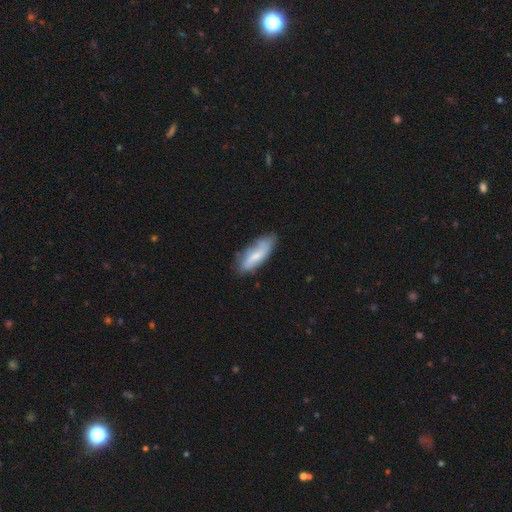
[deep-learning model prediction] Overall: smooth (63%; featured or disk 31%). How rounded: in between (62%; cigar-shaped 36%). Merging: none (65%; minor disturbance 26%).